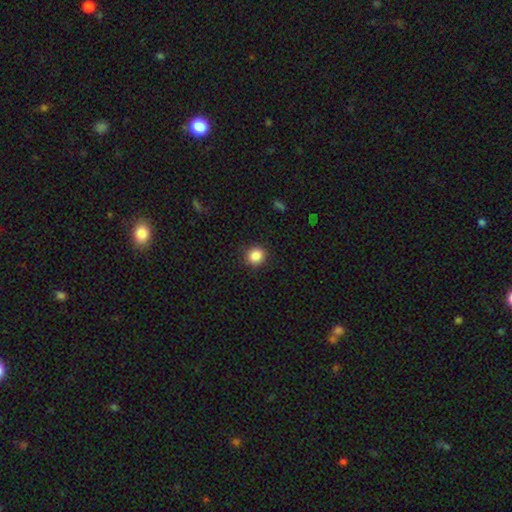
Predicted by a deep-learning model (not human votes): Smooth or featured: smooth — 87% (star or artifact — 10%)
How rounded: round — 87% (in between — 12%)
Merging: none — 89% (minor disturbance — 7%)